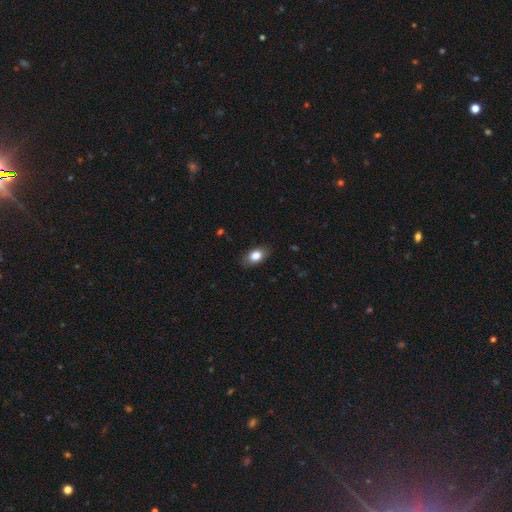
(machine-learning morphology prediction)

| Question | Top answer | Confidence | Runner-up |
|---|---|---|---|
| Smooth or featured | smooth | 83% | featured or disk (10%) |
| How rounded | in between | 85% | round (12%) |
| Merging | none | 82% | minor disturbance (14%) |